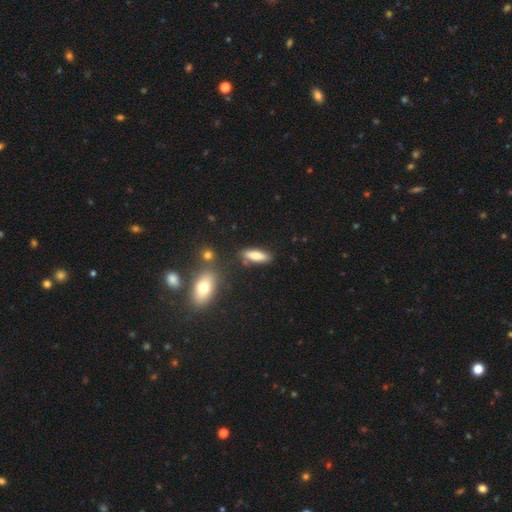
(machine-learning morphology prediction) Smooth or featured?
  - smooth: 79% *
  - featured or disk: 14%
  - star or artifact: 7%
How rounded?
  - in between: 53% *
  - cigar-shaped: 45%
  - round: 2%
Merging?
  - none: 77% *
  - minor disturbance: 14%
  - merger: 5%
  - major disturbance: 4%